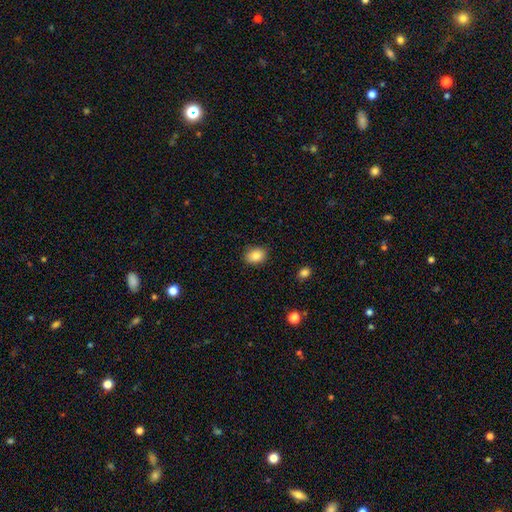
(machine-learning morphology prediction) Smooth or featured?
  - smooth: 85% *
  - star or artifact: 9%
  - featured or disk: 6%
How rounded?
  - in between: 64% *
  - round: 35%
  - cigar-shaped: 1%
Merging?
  - none: 87% *
  - minor disturbance: 10%
  - major disturbance: 2%
  - merger: 1%